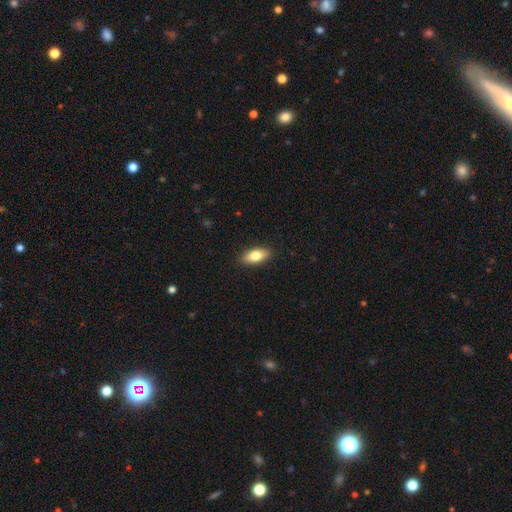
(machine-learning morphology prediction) Smooth or featured: smooth — 78% (featured or disk — 16%)
How rounded: in between — 83% (cigar-shaped — 14%)
Merging: none — 89% (minor disturbance — 8%)